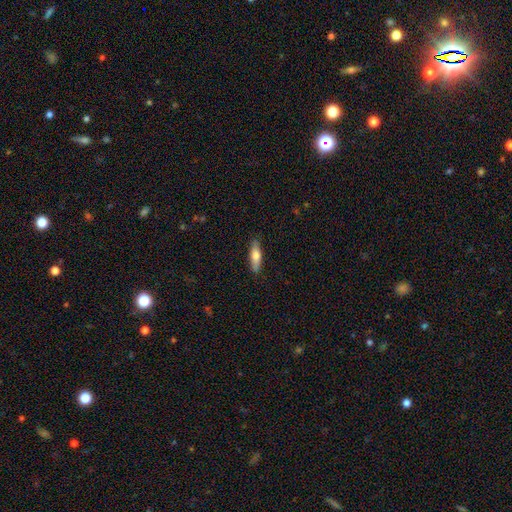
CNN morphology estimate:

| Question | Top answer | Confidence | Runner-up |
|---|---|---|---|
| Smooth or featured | smooth | 66% | featured or disk (29%) |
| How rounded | cigar-shaped | 61% | in between (37%) |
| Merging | none | 86% | minor disturbance (11%) |